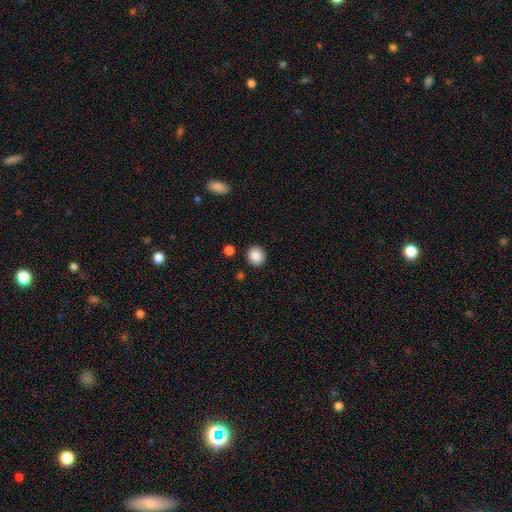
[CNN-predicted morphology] A smooth galaxy with no disk features (88%) that is round (86%). Merging: none (89%).